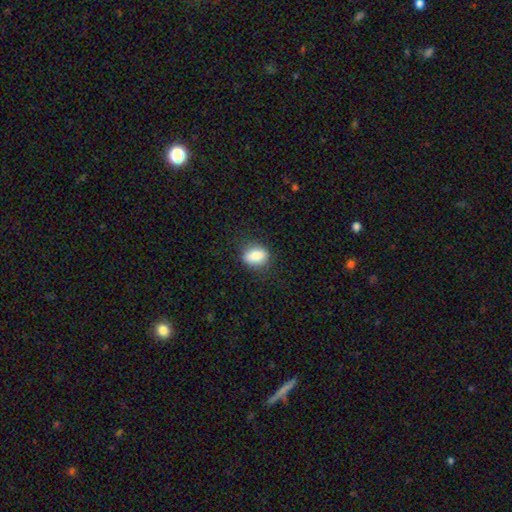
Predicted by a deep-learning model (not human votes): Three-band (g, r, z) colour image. It shows a smooth galaxy with no disk features (85%) that is in between round and cigar-shaped (70%). Merging: none (81%).